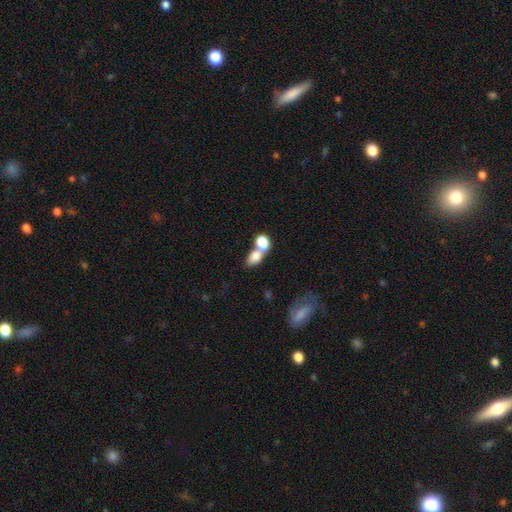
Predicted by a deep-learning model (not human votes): smooth 78%, featured or disk 13%, star or artifact 9%. Down the decision tree: how rounded — in between (79%); merging — merger (63%).